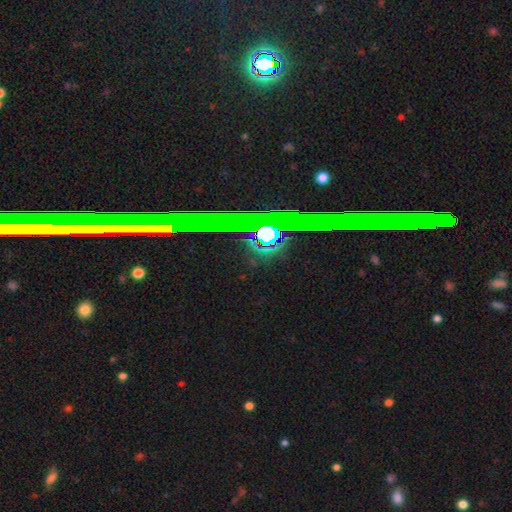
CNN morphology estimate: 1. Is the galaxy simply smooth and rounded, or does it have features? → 74% star or artifact, 16% featured or disk, 10% smooth.